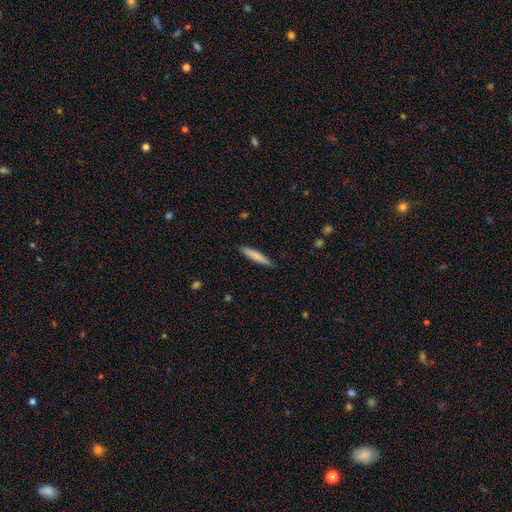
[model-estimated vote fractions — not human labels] A smooth galaxy with no disk features (79%) that is cigar-shaped (92%). Merging: none (86%).